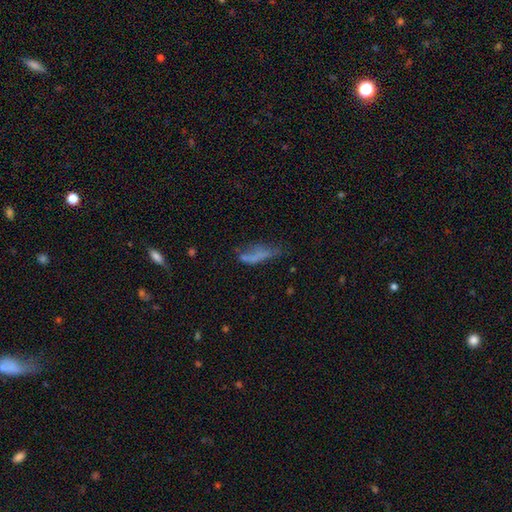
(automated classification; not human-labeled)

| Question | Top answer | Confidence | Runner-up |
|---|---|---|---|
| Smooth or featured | smooth | 55% | featured or disk (29%) |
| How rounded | cigar-shaped | 55% | in between (42%) |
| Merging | none | 35% | major disturbance (30%) |